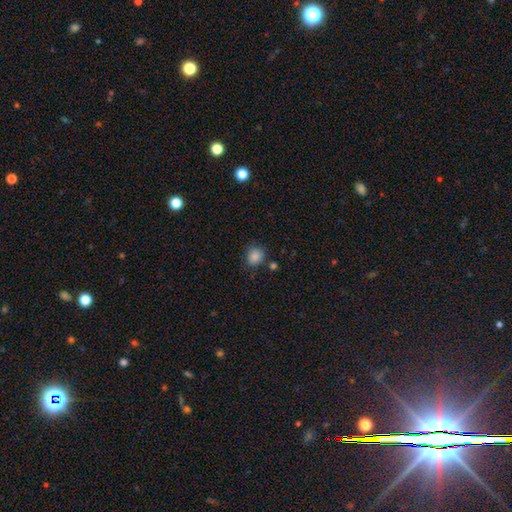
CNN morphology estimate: This appears to be a smooth galaxy with no disk features (85%) that is round (70%). Merging: none (75%).